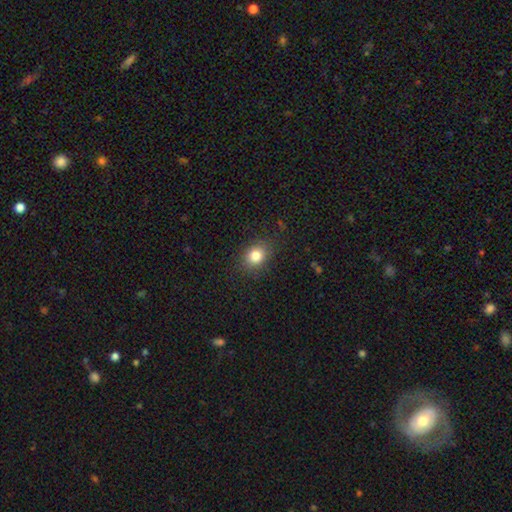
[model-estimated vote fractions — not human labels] Morphology: type=smooth (82%); roundness=round (52%); merging=none (85%).